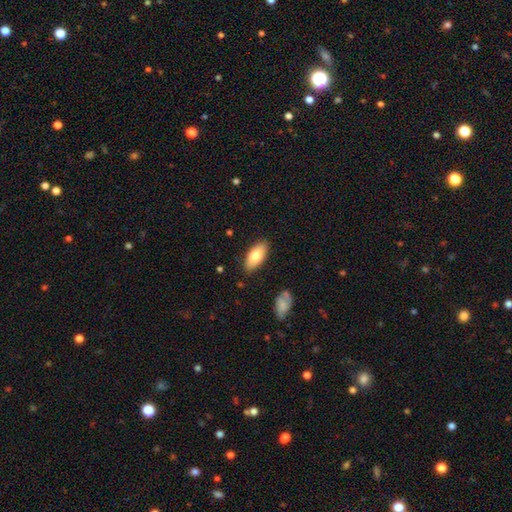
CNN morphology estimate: smooth_or_featured: smooth (p=0.78) [alt: featured or disk p=0.16]
how_rounded: in between (p=0.88) [alt: cigar-shaped p=0.10]
merging: none (p=0.86) [alt: minor disturbance p=0.11]